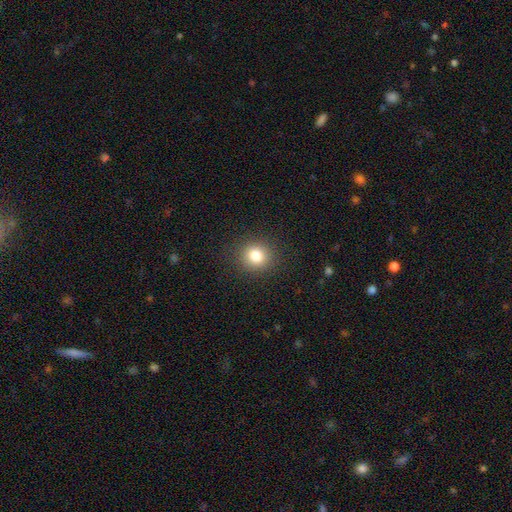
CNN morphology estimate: smooth_or_featured: smooth (p=0.82) [alt: star or artifact p=0.12]
how_rounded: round (p=0.87) [alt: in between p=0.12]
merging: none (p=0.90) [alt: minor disturbance p=0.07]